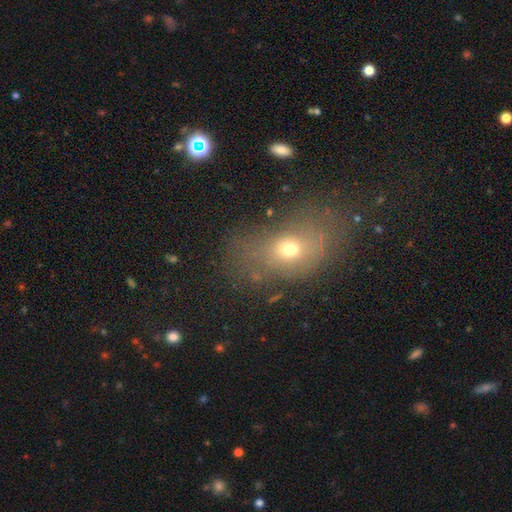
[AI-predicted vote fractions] smooth 59%, star or artifact 23%, featured or disk 18%. Down the decision tree: how rounded — in between (73%); merging — none (64%).